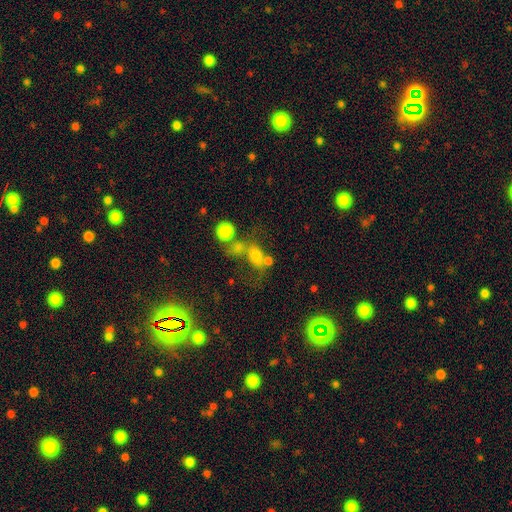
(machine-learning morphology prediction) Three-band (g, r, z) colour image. It shows a smooth galaxy with no disk features (63%) that is in between round and cigar-shaped (59%). Merging: merger (39%).